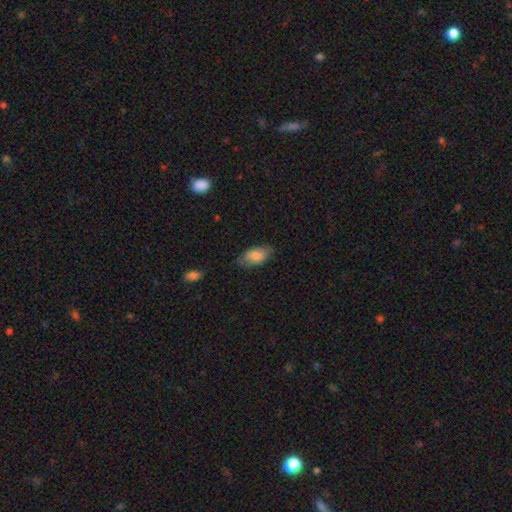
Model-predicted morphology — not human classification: A smooth galaxy with no disk features (80%) that is in between round and cigar-shaped (93%).

Vote fractions:
- Smooth or featured? smooth: 80% / featured or disk: 13% / star or artifact: 7%
- How rounded? in between: 93% / round: 4% / cigar-shaped: 3%
- Merging? none: 75% / minor disturbance: 20% / major disturbance: 4% / merger: 1%